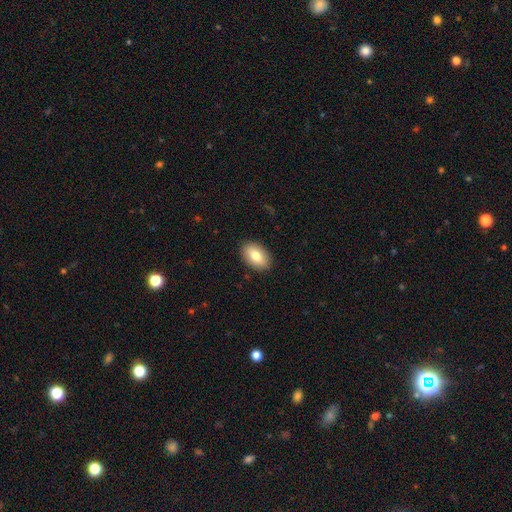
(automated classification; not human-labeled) This appears to be a smooth galaxy with no disk features (78%) that is in between round and cigar-shaped (92%). Merging: none (89%).